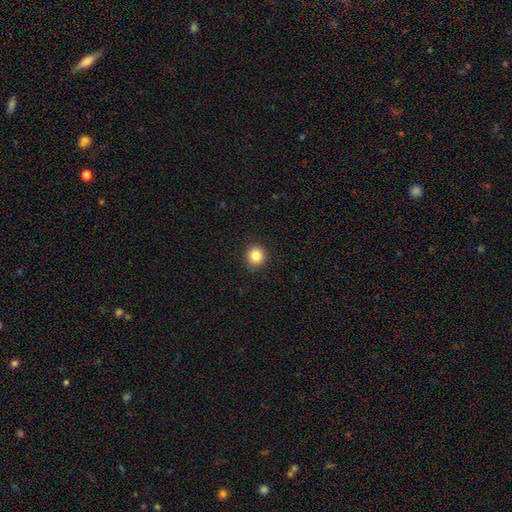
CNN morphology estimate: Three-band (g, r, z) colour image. It shows a smooth galaxy with no disk features (85%) that is round (91%). Merging: none (91%).